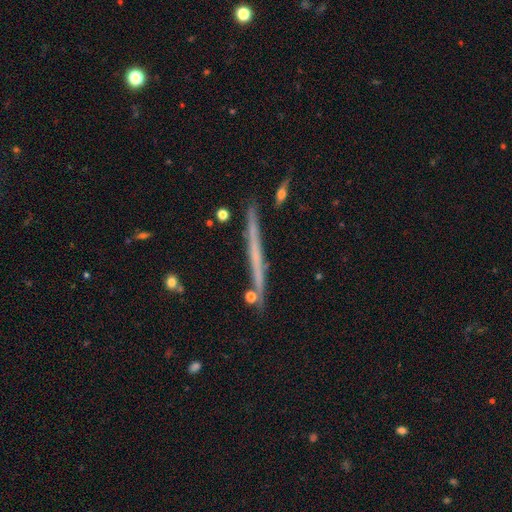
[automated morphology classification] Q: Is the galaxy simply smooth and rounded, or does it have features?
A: featured or disk — 55%.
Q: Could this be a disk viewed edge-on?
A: yes — 97%.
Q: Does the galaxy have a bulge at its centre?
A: none — 91%.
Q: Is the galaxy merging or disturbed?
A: none — 86%.